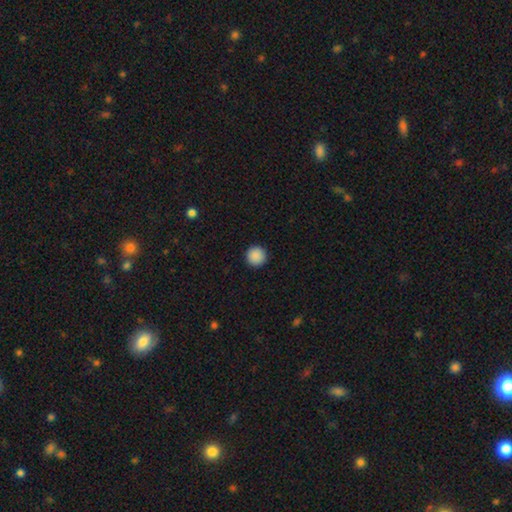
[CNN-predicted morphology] This is clearly a smooth galaxy (89%). How rounded: clearly round (97%). Merging: clearly none (94%).